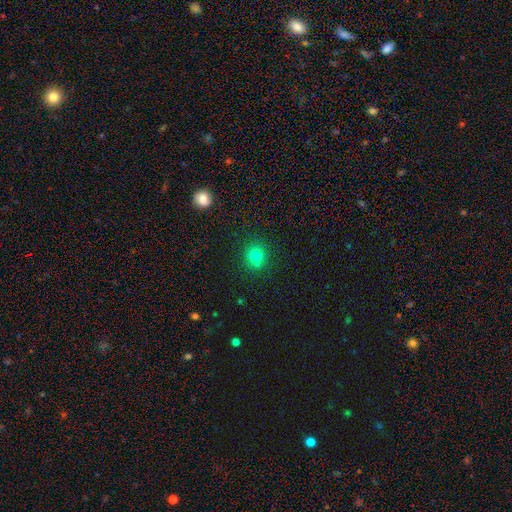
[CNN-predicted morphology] Smooth or featured: smooth — 79% (star or artifact — 15%)
How rounded: round — 85% (in between — 14%)
Merging: none — 78% (minor disturbance — 11%)